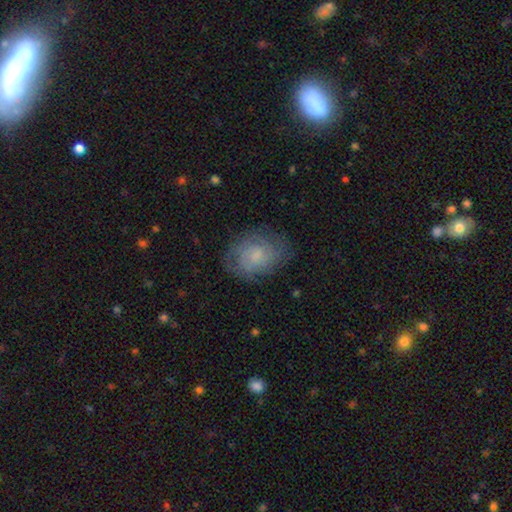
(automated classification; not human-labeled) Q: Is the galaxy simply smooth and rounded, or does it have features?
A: featured or disk — 47%.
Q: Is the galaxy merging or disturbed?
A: none — 71%.